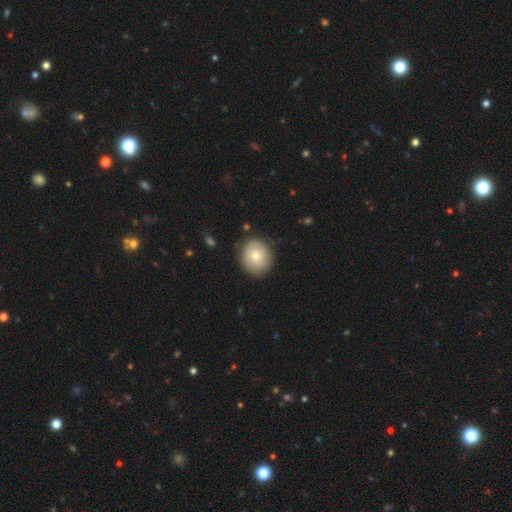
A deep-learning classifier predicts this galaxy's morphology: The model was most divided on "how rounded": round: 70%, in between: 29%, cigar-shaped: 1%. More confident: merging — none (80%); smooth or featured — smooth (73%).